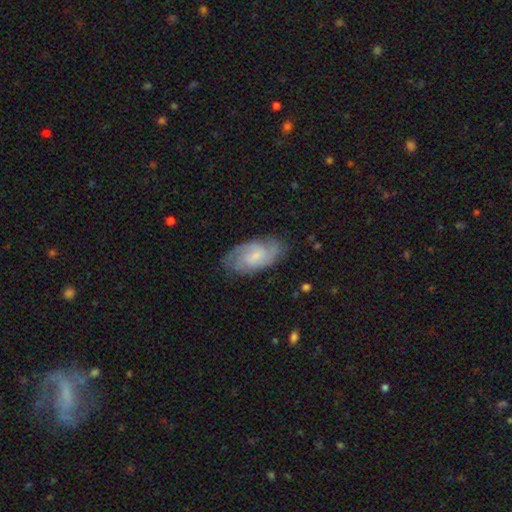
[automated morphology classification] Smooth or featured: featured or disk — 74% (smooth — 20%)
Edge-on disk: no — 96% (yes — 4%)
Bar: no — 46% (tied with weak — 46%)
Spiral arms: yes — 95% (no — 5%)
Spiral winding: medium — 44% (tied with tight — 44%)
Spiral arm count: 2 — 53% (can't tell — 20%)
Bulge size: small — 57% (moderate — 23%)
Merging: none — 76% (minor disturbance — 18%)